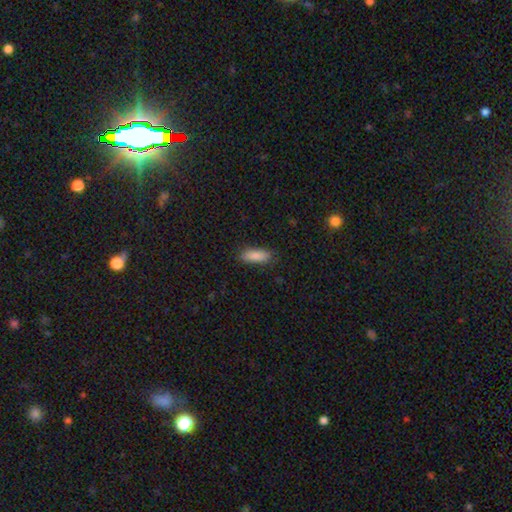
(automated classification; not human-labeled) smooth 87%, star or artifact 7%, featured or disk 6%. Down the decision tree: how rounded — in between (69%); merging — none (84%).